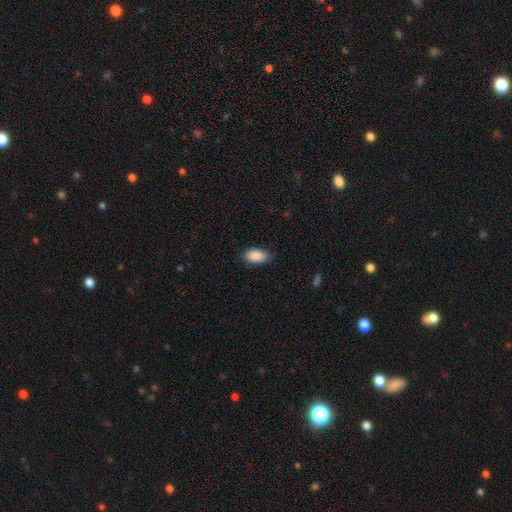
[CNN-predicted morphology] This appears to be a smooth galaxy with no disk features (89%) that is in between round and cigar-shaped (94%). Merging: none (77%).